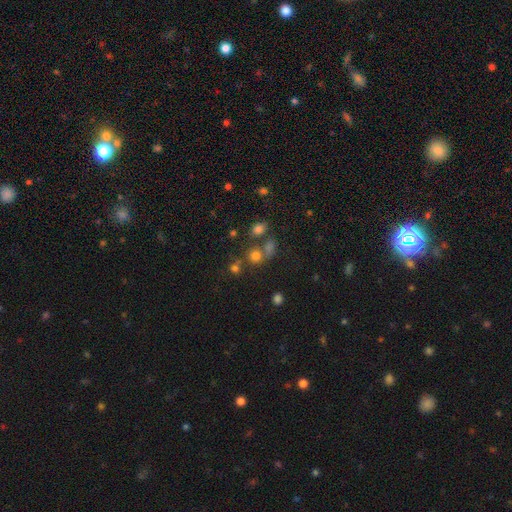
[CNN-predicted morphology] Overall: smooth (70%). How rounded: round (83%). Merging: none (59%; merger 25%).